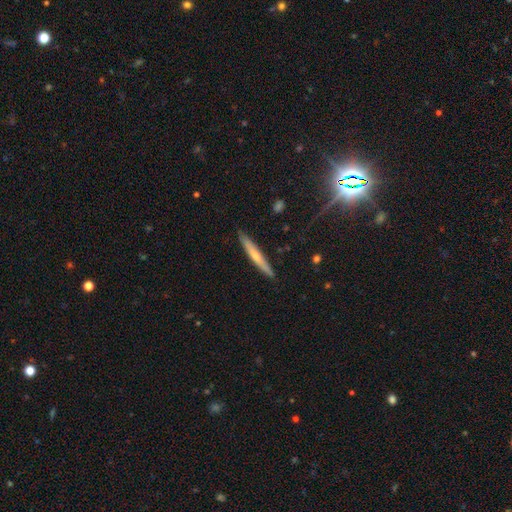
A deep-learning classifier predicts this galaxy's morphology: A featured or disk galaxy (47%, tied with smooth). Merging: none (90%).